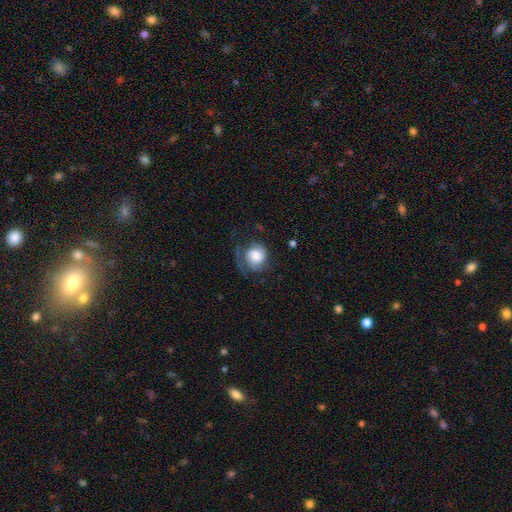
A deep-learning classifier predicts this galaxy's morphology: This appears to be a smooth galaxy with no disk features (50%) that is round (76%). Merging: none (42%).